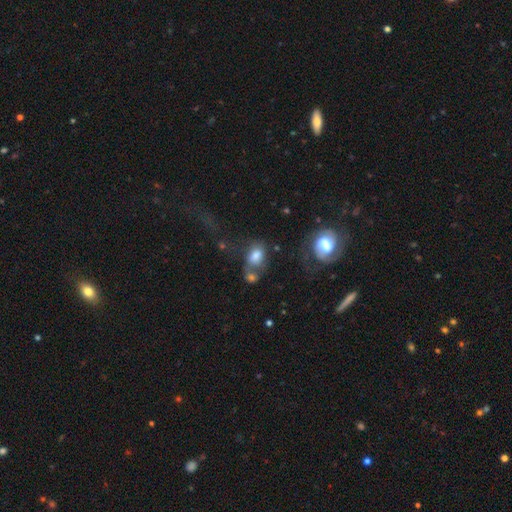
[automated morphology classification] smooth-or-featured: smooth: 69% | featured or disk: 20% | star or artifact: 11%
  how-rounded: in between: 75% | round: 23% | cigar-shaped: 2%
  merging: merger: 40% | none: 30% | minor disturbance: 15% | major disturbance: 15%